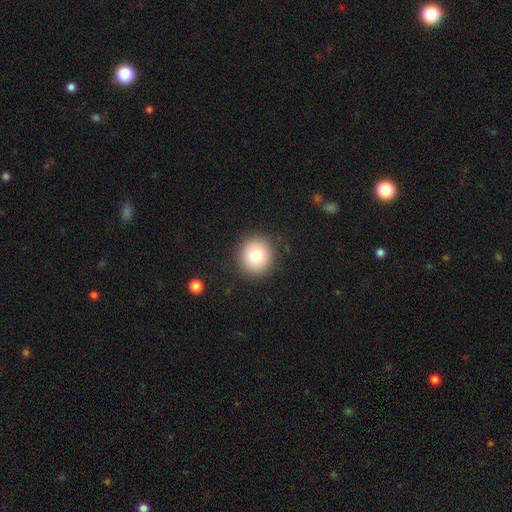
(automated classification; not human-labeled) The model was most divided on "smooth or featured": smooth: 78%, featured or disk: 12%, star or artifact: 10%. More confident: how rounded — round (92%); merging — none (90%).